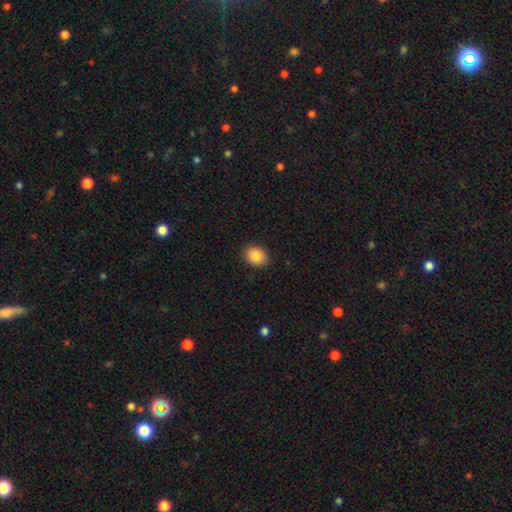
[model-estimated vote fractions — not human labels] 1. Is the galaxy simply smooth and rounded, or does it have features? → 88% smooth, 8% star or artifact, 4% featured or disk.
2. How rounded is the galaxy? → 57% in between, 42% round, 1% cigar-shaped.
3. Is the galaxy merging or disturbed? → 89% none, 8% minor disturbance, 2% major disturbance, 1% merger.